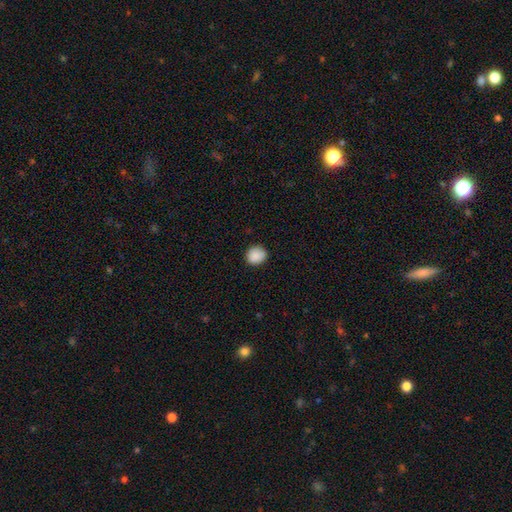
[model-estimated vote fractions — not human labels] The model was most divided on "how rounded": round: 82%, in between: 18%, cigar-shaped: 1%. More confident: smooth or featured — smooth (89%); merging — none (87%).